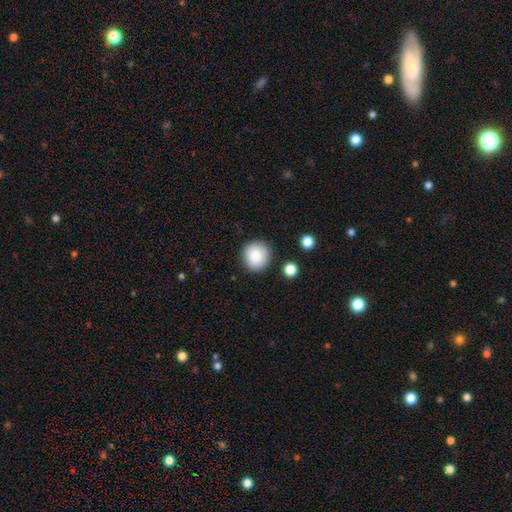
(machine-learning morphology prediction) The model was most divided on "merging": none: 87%, minor disturbance: 8%, merger: 2%, major disturbance: 2%. More confident: how rounded — round (91%); smooth or featured — smooth (87%).